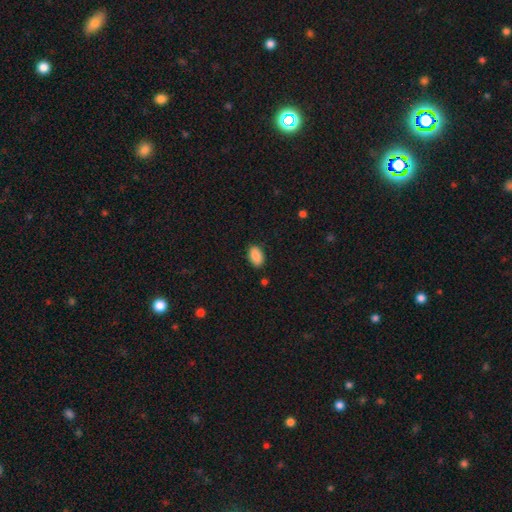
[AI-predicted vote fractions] Smooth or featured: smooth — 88% (star or artifact — 7%)
How rounded: in between — 92% (round — 7%)
Merging: none — 86% (minor disturbance — 11%)